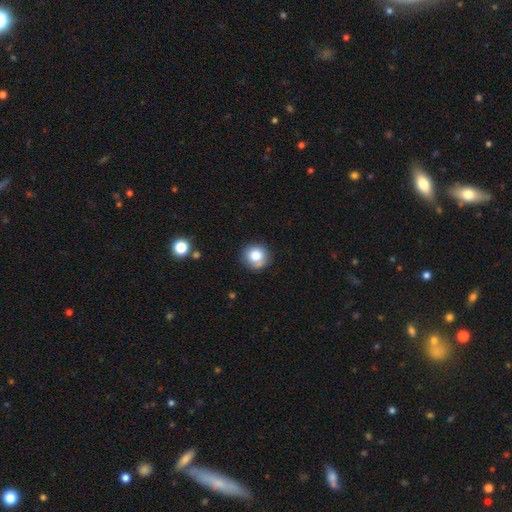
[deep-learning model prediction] The model was most divided on "merging": none: 80%, minor disturbance: 15%, major disturbance: 3%, merger: 2%. More confident: how rounded — round (89%); smooth or featured — smooth (80%).